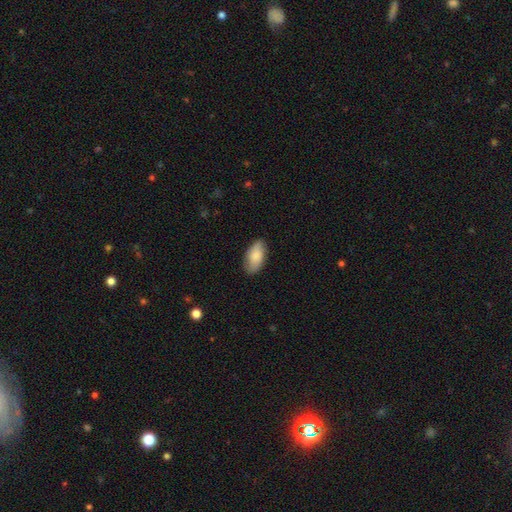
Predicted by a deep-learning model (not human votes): The model was most divided on "smooth or featured": smooth: 81%, featured or disk: 13%, star or artifact: 6%. More confident: how rounded — in between (92%); merging — none (84%).